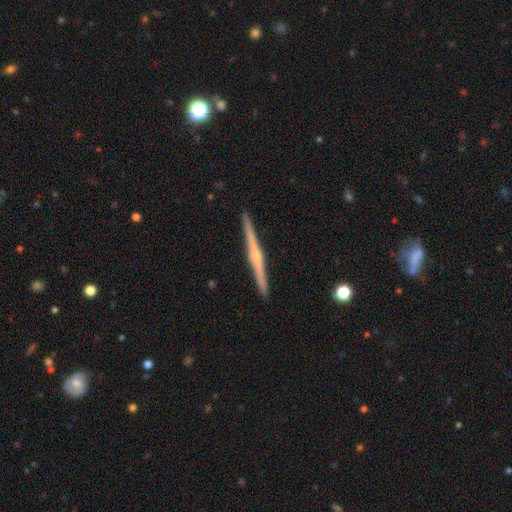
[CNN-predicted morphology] Smooth or featured?
  - featured or disk: 78% *
  - smooth: 17%
  - star or artifact: 5%
Edge-on disk?
  - yes: 99% *
  - no: 1%
Edge-on bulge?
  - rounded: 72% *
  - none: 20%
  - boxy: 9%
Merging?
  - none: 93% *
  - minor disturbance: 5%
  - major disturbance: 1%
  - merger: 1%